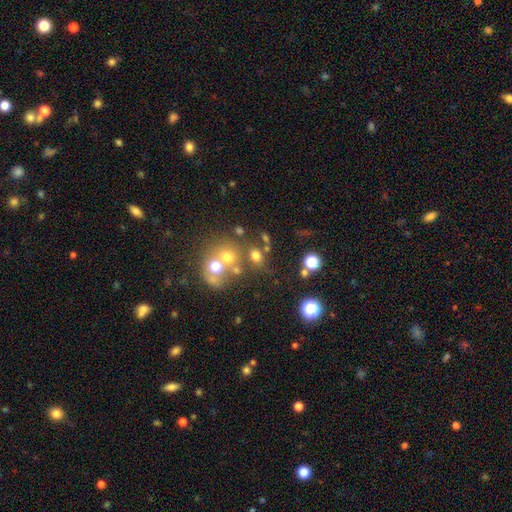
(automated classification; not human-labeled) smooth_or_featured: smooth (p=0.66) [alt: star or artifact p=0.20]
how_rounded: round (p=0.70) [alt: in between p=0.28]
merging: none (p=0.57) [alt: merger p=0.25]